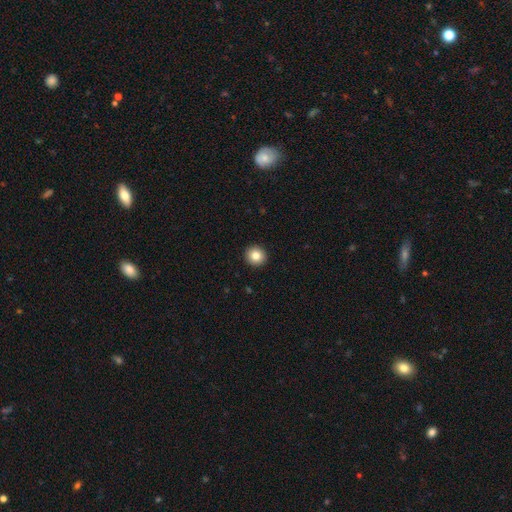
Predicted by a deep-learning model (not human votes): Morphology: type=smooth (83%); roundness=round (94%); merging=none (94%).